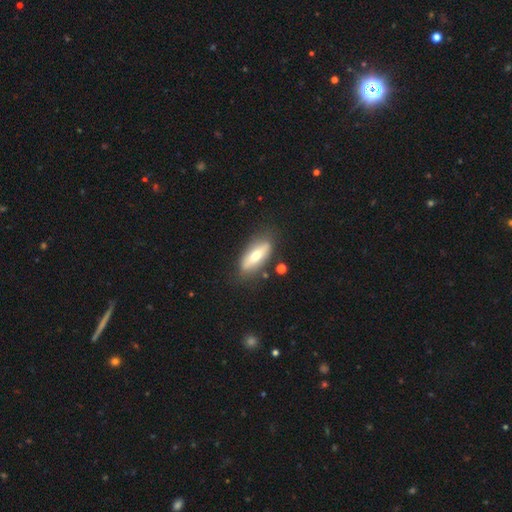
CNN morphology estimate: smooth 54%, featured or disk 39%, star or artifact 6%. Down the decision tree: how rounded — in between (67%); merging — none (80%).